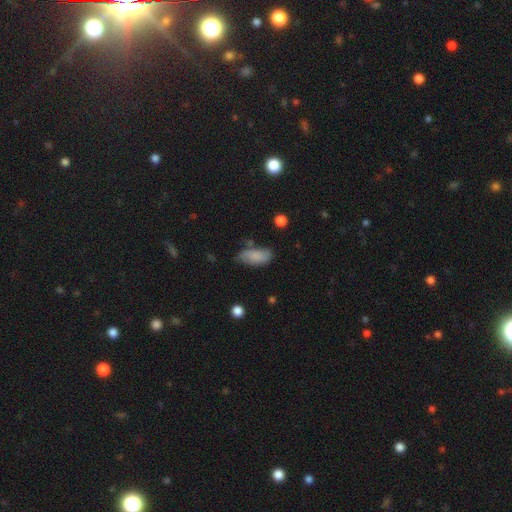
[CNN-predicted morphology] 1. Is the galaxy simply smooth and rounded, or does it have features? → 75% smooth, 17% featured or disk, 7% star or artifact.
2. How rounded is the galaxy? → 89% in between, 8% cigar-shaped, 3% round.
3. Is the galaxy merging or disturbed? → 61% none, 28% minor disturbance, 7% major disturbance, 5% merger.